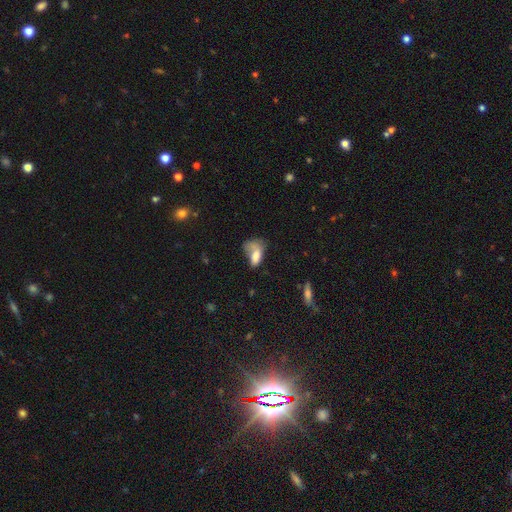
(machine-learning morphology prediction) Smooth or featured? smooth (69%)
How rounded? in between (86%)
Merging? major disturbance (41%)